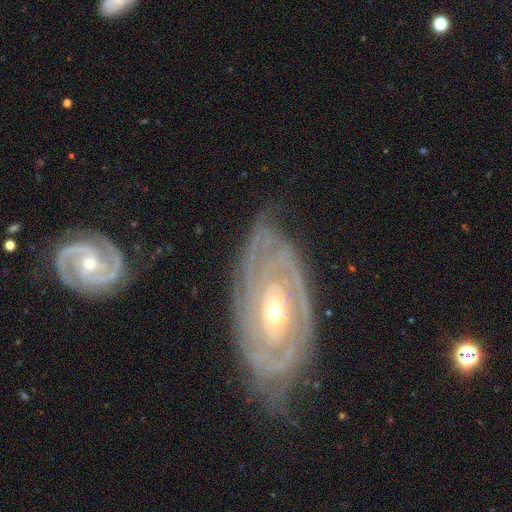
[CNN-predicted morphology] smooth_or_featured: featured or disk (p=0.88) [alt: smooth p=0.07]
disk_edge_on: no (p=0.93) [alt: yes p=0.07]
bar: no (p=0.50) [alt: weak p=0.34]
has_spiral_arms: yes (p=0.92) [alt: no p=0.08]
spiral_winding: tight (p=0.81) [alt: medium p=0.15]
spiral_arm_count: can't tell (p=0.36) [tied with: 2 p=0.36]
bulge_size: moderate (p=0.54) [alt: small p=0.43]
merging: none (p=0.73) [alt: minor disturbance p=0.18]